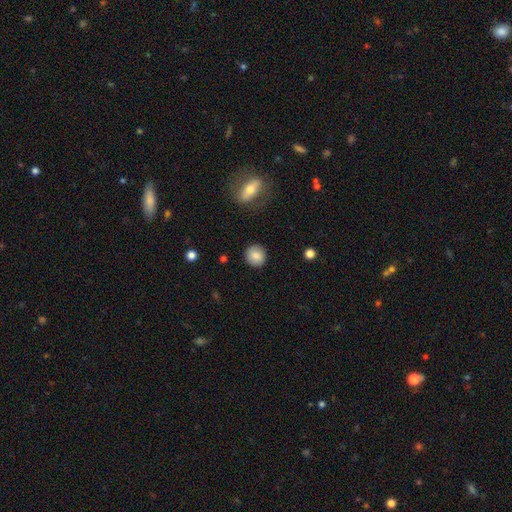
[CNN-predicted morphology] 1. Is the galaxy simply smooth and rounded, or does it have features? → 84% smooth, 8% star or artifact, 8% featured or disk.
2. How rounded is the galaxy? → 90% round, 9% in between, 1% cigar-shaped.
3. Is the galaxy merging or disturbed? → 90% none, 7% minor disturbance, 2% major disturbance, 1% merger.